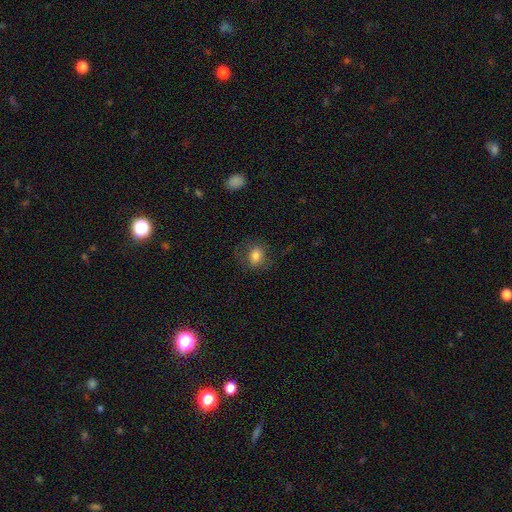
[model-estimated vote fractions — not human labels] A smooth galaxy with no disk features (77%) that is in between round and cigar-shaped (59%).

Vote fractions:
- Smooth or featured? smooth: 77% / featured or disk: 13% / star or artifact: 10%
- How rounded? in between: 59% / round: 40% / cigar-shaped: 1%
- Merging? none: 73% / minor disturbance: 16% / major disturbance: 10% / merger: 1%